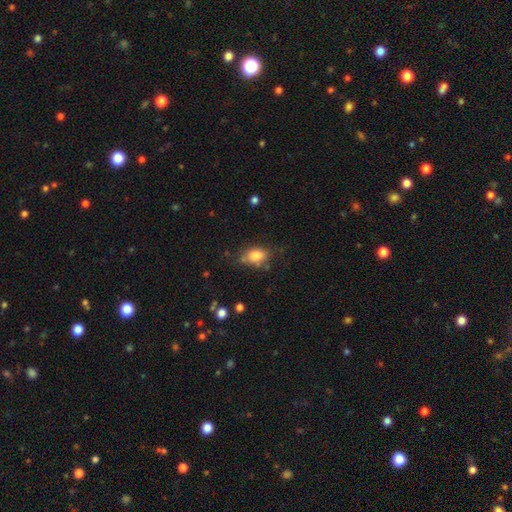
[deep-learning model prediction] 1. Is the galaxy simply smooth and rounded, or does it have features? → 81% smooth, 10% featured or disk, 9% star or artifact.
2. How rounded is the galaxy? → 81% in between, 16% round, 3% cigar-shaped.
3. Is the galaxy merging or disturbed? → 67% none, 22% minor disturbance, 7% major disturbance, 5% merger.